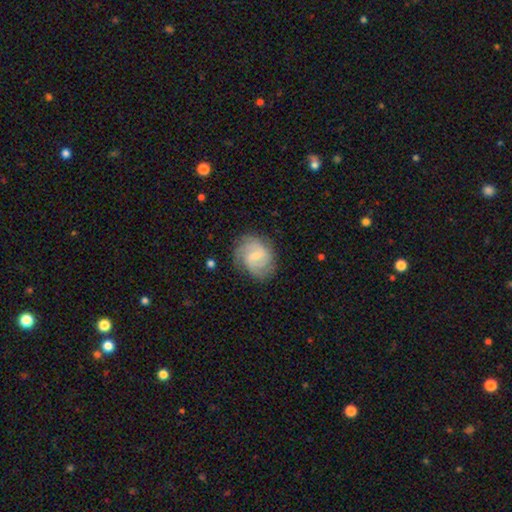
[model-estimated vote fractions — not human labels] featured or disk 74%, smooth 20%, star or artifact 6%. Down the decision tree: edge-on disk — no (98%); bar — weak (62%); spiral arms — yes (93%); spiral arm count — 2 (42%); spiral winding — tight (47%); bulge size — small (60%); merging — none (75%).